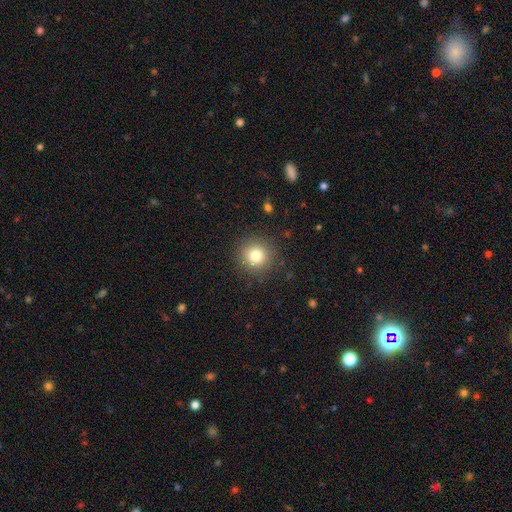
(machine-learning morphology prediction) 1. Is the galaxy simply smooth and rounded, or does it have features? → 80% smooth, 12% star or artifact, 8% featured or disk.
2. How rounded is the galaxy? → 94% round, 5% in between, 1% cigar-shaped.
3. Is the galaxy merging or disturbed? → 90% none, 7% minor disturbance, 3% major disturbance, 1% merger.